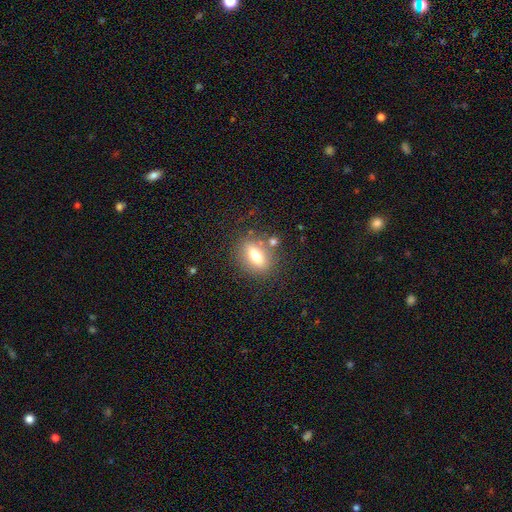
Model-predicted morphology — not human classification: type=smooth (63%); roundness=in between (70%); merging=none (77%).